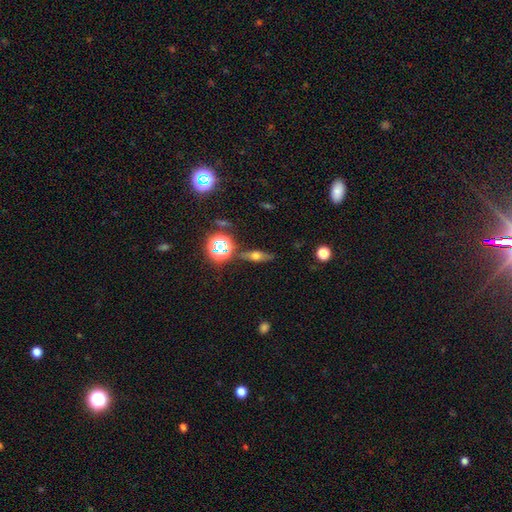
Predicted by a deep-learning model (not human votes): This is marginally a featured or disk galaxy (44%). Merging: clearly none (82%).